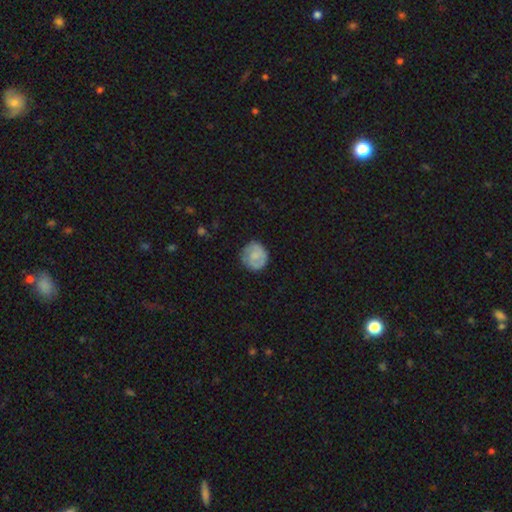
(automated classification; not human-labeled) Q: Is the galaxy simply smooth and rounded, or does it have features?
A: smooth — 57%.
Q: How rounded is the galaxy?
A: round — 89%.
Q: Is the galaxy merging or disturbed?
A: none — 79%.